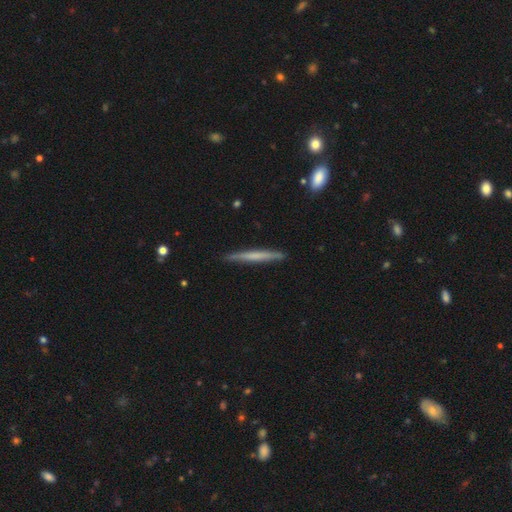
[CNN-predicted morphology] Smooth or featured? smooth (52%)
How rounded? cigar-shaped (97%)
Merging? none (89%)